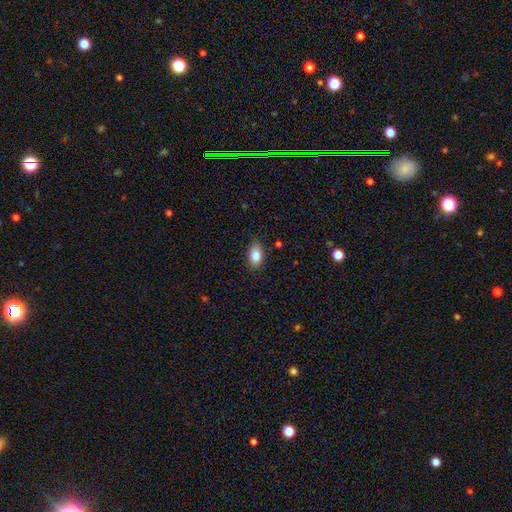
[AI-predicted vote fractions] The model was most divided on "merging": none: 85%, minor disturbance: 12%, major disturbance: 2%, merger: 1%. More confident: how rounded — in between (88%); smooth or featured — smooth (84%).